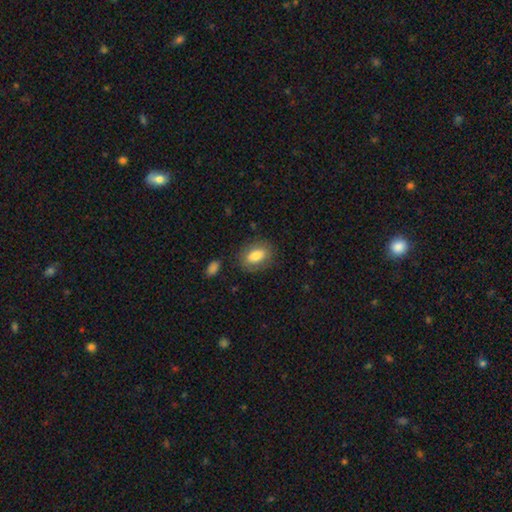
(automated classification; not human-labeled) A smooth galaxy with no disk features (80%) that is in between round and cigar-shaped (82%). Merging: none (82%).